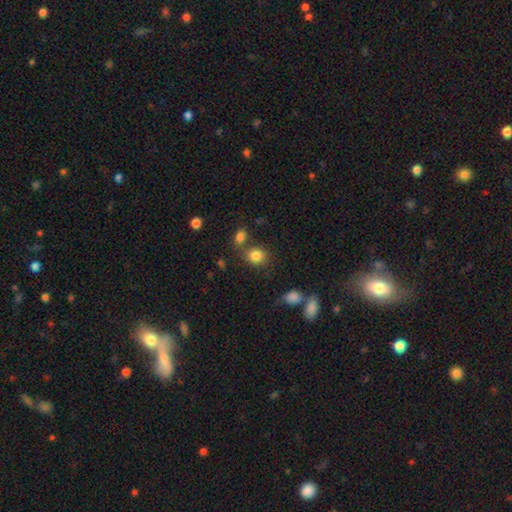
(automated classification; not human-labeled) This is clearly a smooth galaxy (83%). How rounded: likely round (63%). Merging: likely none (62%).